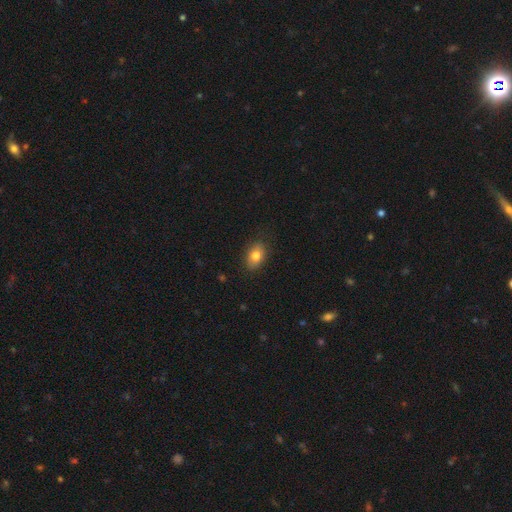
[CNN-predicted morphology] Smooth or featured: smooth — 81% (featured or disk — 11%)
How rounded: in between — 83% (round — 16%)
Merging: none — 84% (minor disturbance — 12%)